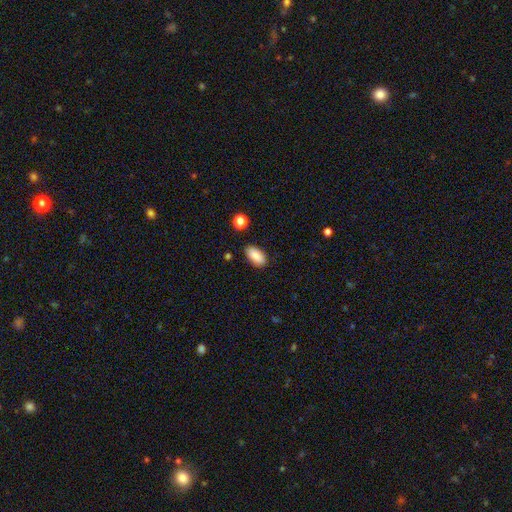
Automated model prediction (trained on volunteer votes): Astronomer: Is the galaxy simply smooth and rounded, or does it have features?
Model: smooth — 88%.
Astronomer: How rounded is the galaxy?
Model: in between — 93%.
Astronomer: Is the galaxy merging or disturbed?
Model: none — 86%.